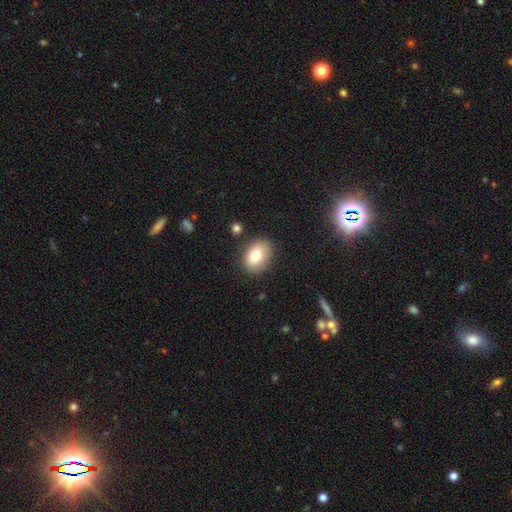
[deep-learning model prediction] Smooth or featured?
  - smooth: 81% *
  - featured or disk: 11%
  - star or artifact: 8%
How rounded?
  - in between: 77% *
  - round: 22%
  - cigar-shaped: 1%
Merging?
  - none: 83% *
  - minor disturbance: 11%
  - major disturbance: 3%
  - merger: 2%